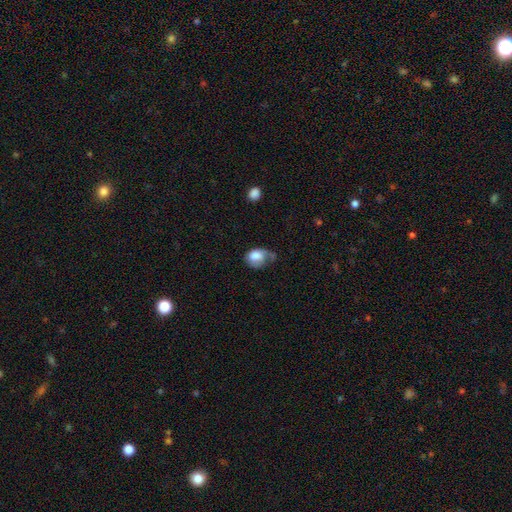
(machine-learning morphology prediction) type=smooth (73%); roundness=in between (64%); merging=minor disturbance (37%).